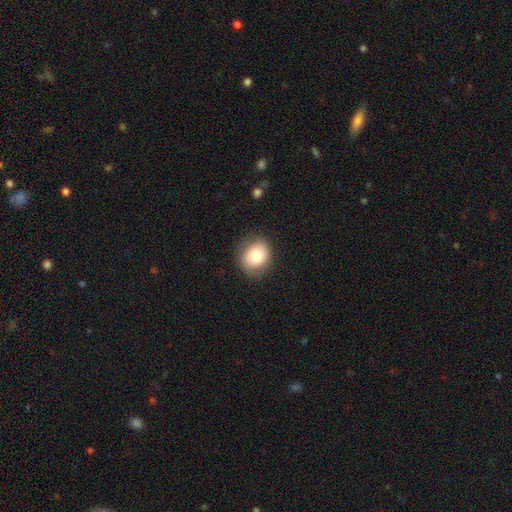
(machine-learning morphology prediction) Smooth or featured?
  - smooth: 81% *
  - featured or disk: 11%
  - star or artifact: 8%
How rounded?
  - round: 65% *
  - in between: 34%
  - cigar-shaped: 1%
Merging?
  - none: 79% *
  - minor disturbance: 16%
  - major disturbance: 4%
  - merger: 1%